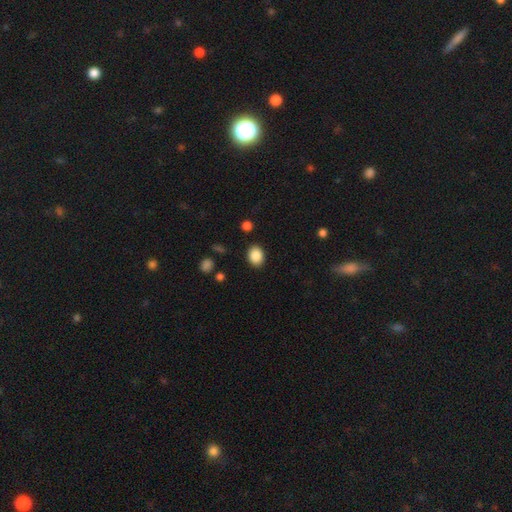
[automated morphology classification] smooth 88%, star or artifact 8%, featured or disk 4%. Down the decision tree: how rounded — in between (61%); merging — none (88%).